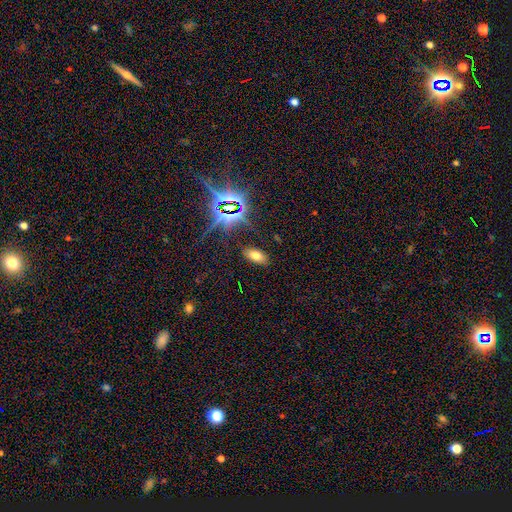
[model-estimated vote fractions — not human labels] Morphology: type=smooth (64%); roundness=in between (92%); merging=none (87%).